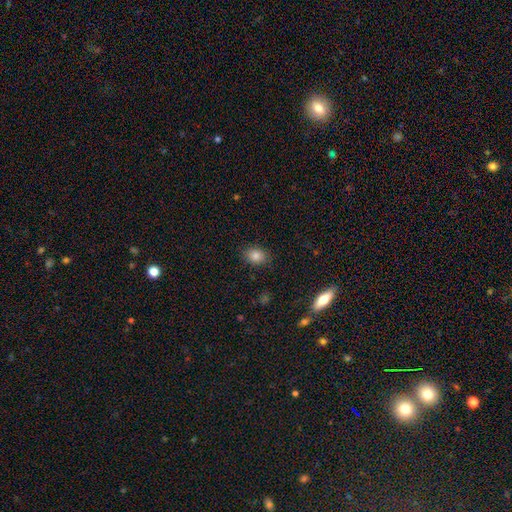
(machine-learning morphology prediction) A smooth galaxy with no disk features (83%) that is in between round and cigar-shaped (60%).

Vote fractions:
- Smooth or featured? smooth: 83% / star or artifact: 11% / featured or disk: 7%
- How rounded? in between: 60% / round: 39% / cigar-shaped: 1%
- Merging? none: 86% / minor disturbance: 11% / major disturbance: 3% / merger: 1%